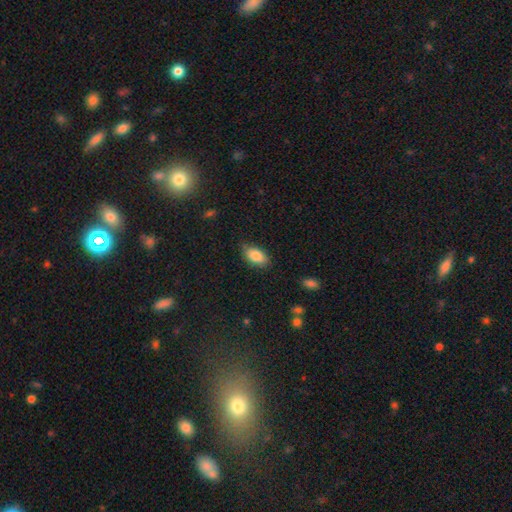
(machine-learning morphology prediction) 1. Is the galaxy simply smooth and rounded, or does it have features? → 86% smooth, 7% star or artifact, 7% featured or disk.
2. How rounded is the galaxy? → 92% in between, 4% round, 4% cigar-shaped.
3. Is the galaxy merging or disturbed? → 79% none, 17% minor disturbance, 3% major disturbance, 1% merger.